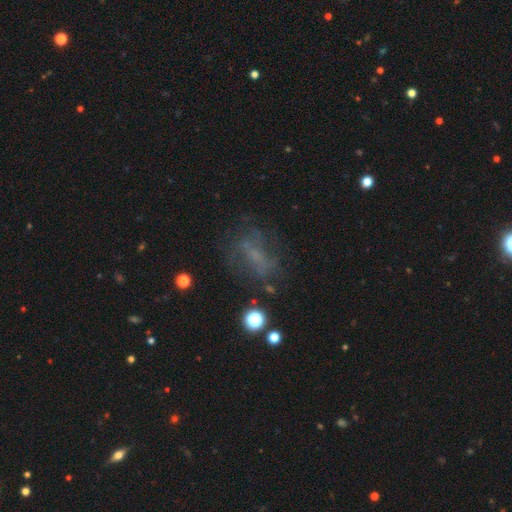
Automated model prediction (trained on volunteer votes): A featured or disk galaxy (40%). Merging: none (57%).